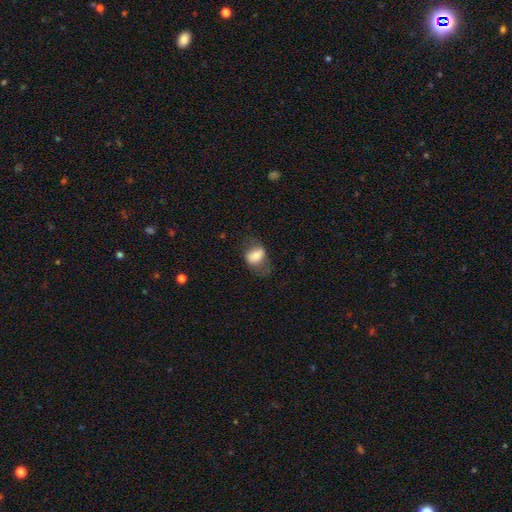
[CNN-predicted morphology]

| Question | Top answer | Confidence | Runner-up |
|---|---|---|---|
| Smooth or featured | smooth | 69% | featured or disk (22%) |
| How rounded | in between | 73% | round (25%) |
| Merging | none | 50% | minor disturbance (26%) |